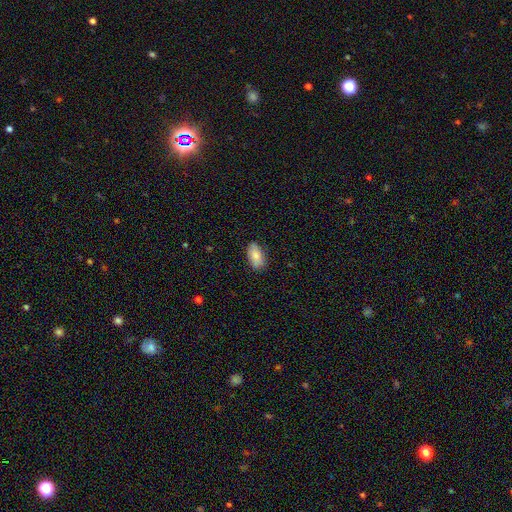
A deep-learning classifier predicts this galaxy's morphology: A smooth galaxy with no disk features (82%) that is in between round and cigar-shaped (92%). Merging: none (84%).